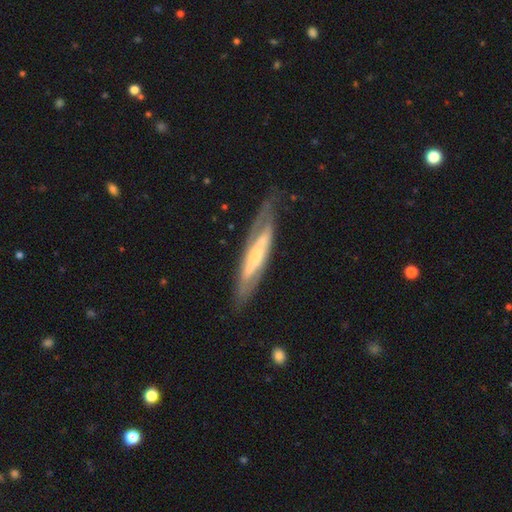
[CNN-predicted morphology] This is likely a featured or disk galaxy (69%). It is possibly not viewed edge-on (51%). Merging: likely none (67%).